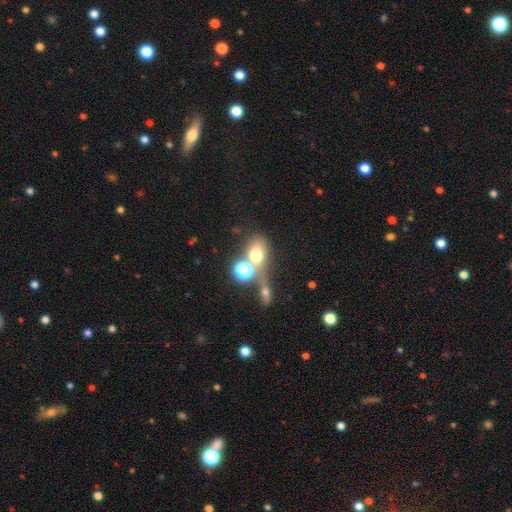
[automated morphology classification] Q: Smooth or featured?
A: smooth (64%); runner-up: star or artifact (20%)
Q: How rounded?
A: in between (53%); runner-up: round (45%)
Q: Merging?
A: merger (43%); runner-up: none (37%)